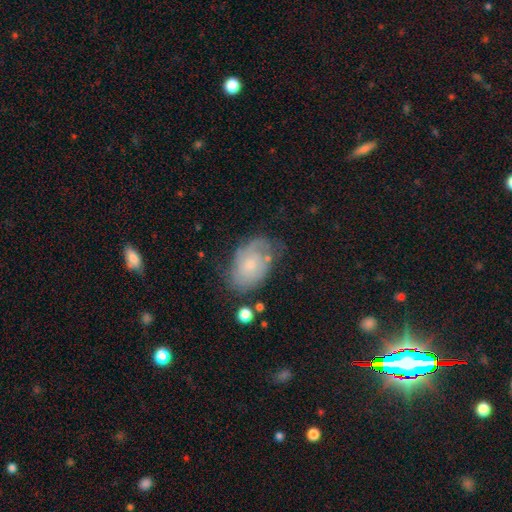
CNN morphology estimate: Smooth or featured?
  - featured or disk: 57% *
  - smooth: 35%
  - star or artifact: 8%
Edge-on disk?
  - no: 96% *
  - yes: 4%
Bar?
  - no: 78% *
  - weak: 20%
  - strong: 2%
Spiral arms?
  - yes: 80% *
  - no: 20%
Bulge size?
  - small: 66% *
  - moderate: 25%
  - none: 5%
  - large: 2%
  - dominant: 1%
Merging?
  - none: 52% *
  - minor disturbance: 29%
  - major disturbance: 15%
  - merger: 4%